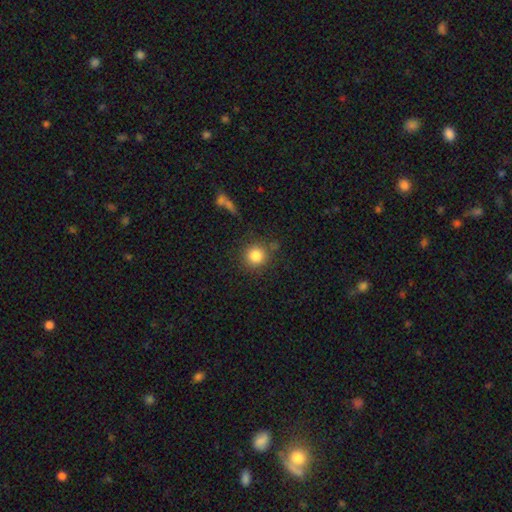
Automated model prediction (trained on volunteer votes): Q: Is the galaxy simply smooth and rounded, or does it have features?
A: smooth — 84%.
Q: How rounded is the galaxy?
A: round — 92%.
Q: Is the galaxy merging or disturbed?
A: none — 81%.